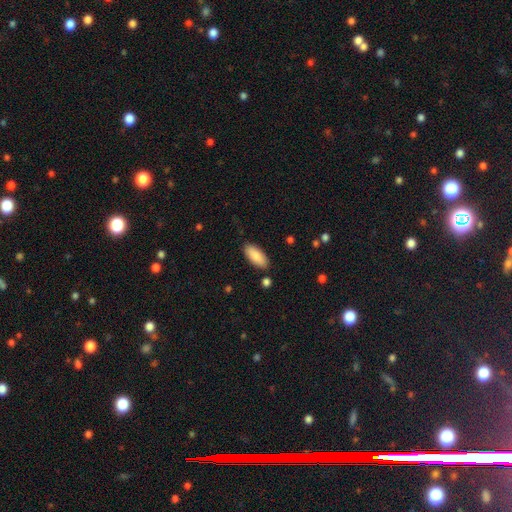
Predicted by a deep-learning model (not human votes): Morphology: type=smooth (85%); roundness=in between (85%); merging=none (86%).